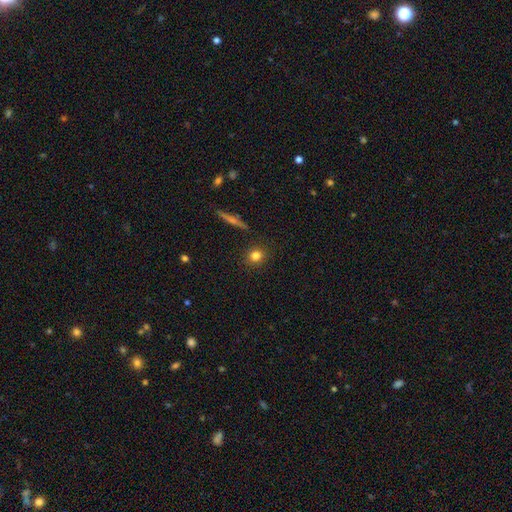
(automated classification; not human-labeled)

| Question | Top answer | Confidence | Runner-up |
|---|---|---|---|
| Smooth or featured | smooth | 80% | star or artifact (11%) |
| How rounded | round | 84% | in between (14%) |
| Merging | none | 90% | minor disturbance (7%) |